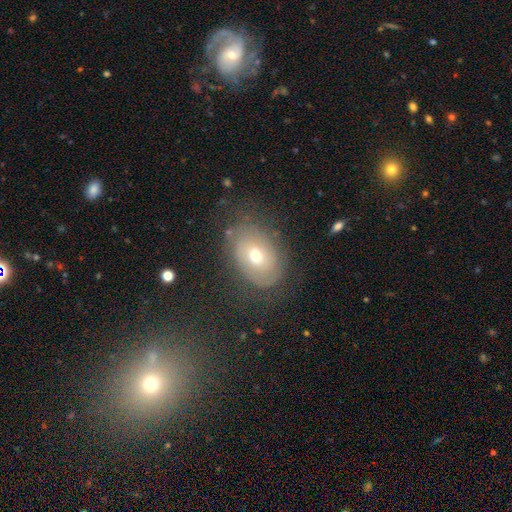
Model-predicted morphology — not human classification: Overall: featured or disk (47%; smooth 40%). Merging: none (73%).